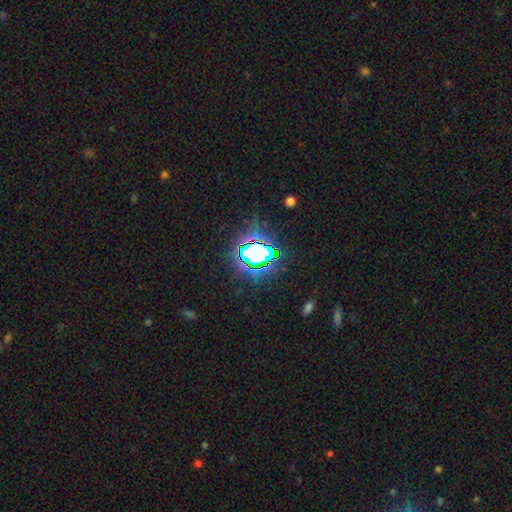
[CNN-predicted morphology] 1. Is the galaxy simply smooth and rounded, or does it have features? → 81% star or artifact, 12% smooth, 7% featured or disk.